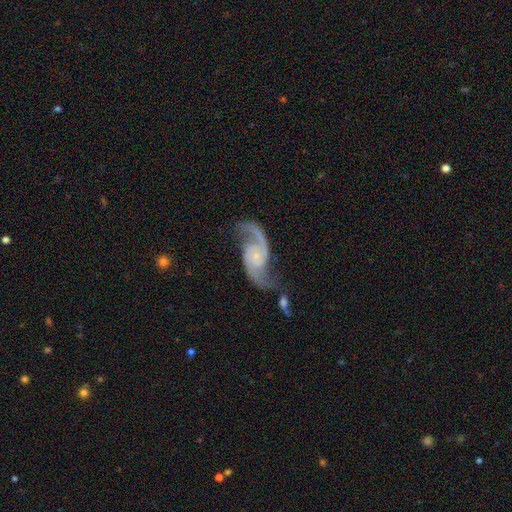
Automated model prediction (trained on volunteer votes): A featured or disk galaxy (91%) with no bar (61%), 2 (93%) medium (47%) spiral arms (98%) and a small central bulge (69%). Merging: none (64%).